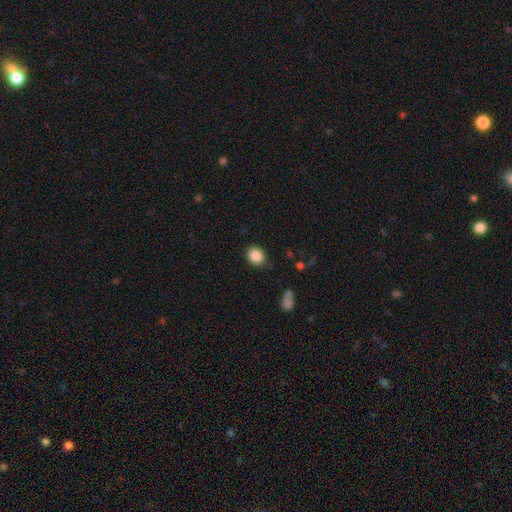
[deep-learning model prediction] Overall: smooth (87%). How rounded: round (58%; in between 41%). Merging: none (85%).